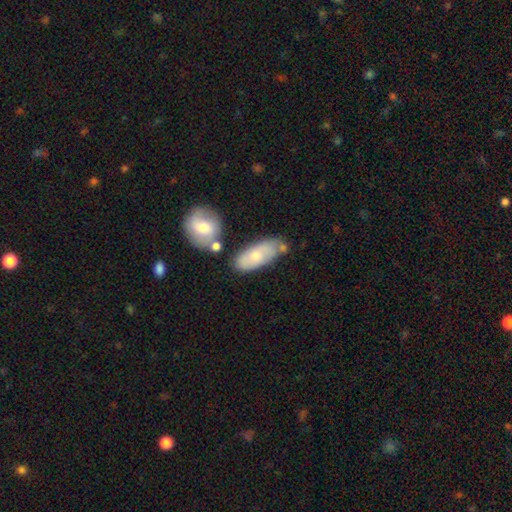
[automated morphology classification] Smooth or featured? Predicted: smooth (p=0.68). How rounded? Predicted: in between (p=0.82). Merging? Predicted: none (p=0.58).